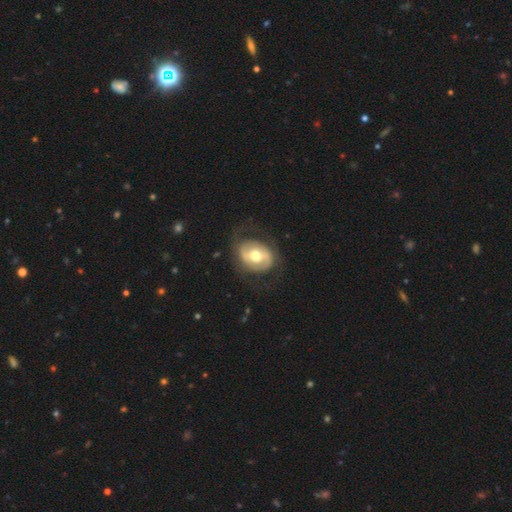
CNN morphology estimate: Smooth or featured?
  - featured or disk: 63% *
  - smooth: 32%
  - star or artifact: 5%
Edge-on disk?
  - no: 96% *
  - yes: 4%
Bar?
  - no: 39% *
  - weak: 36%
  - strong: 26%
Spiral arms?
  - yes: 54% *
  - no: 46%
Bulge size?
  - moderate: 74% *
  - large: 16%
  - small: 8%
  - dominant: 1%
  - none: 1%
Merging?
  - none: 70% *
  - minor disturbance: 16%
  - major disturbance: 13%
  - merger: 1%